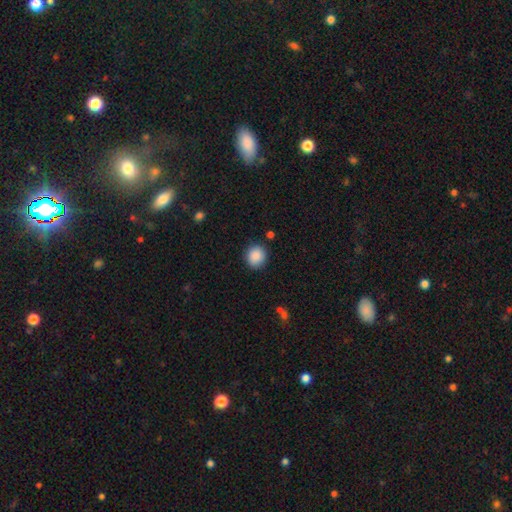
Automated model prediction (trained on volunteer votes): Overall: smooth (88%). How rounded: round (85%). Merging: none (88%).